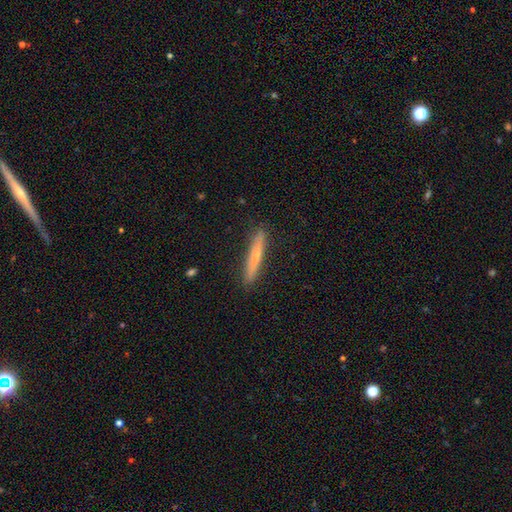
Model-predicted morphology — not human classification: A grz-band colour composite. It shows a smooth galaxy with no disk features (54%) that is cigar-shaped (94%). Merging: none (90%).